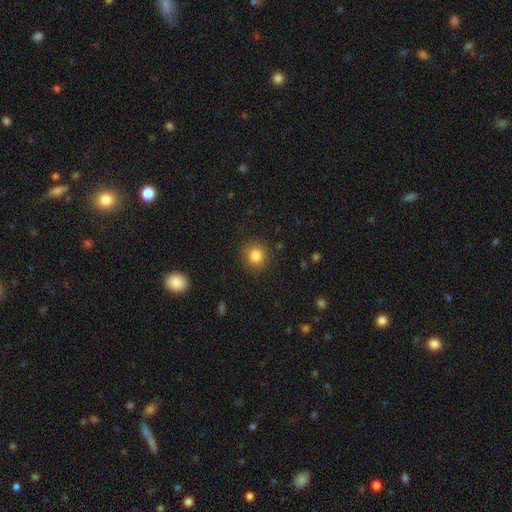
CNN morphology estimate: Smooth or featured: smooth — 84% (star or artifact — 11%)
How rounded: round — 87% (in between — 12%)
Merging: none — 88% (minor disturbance — 8%)